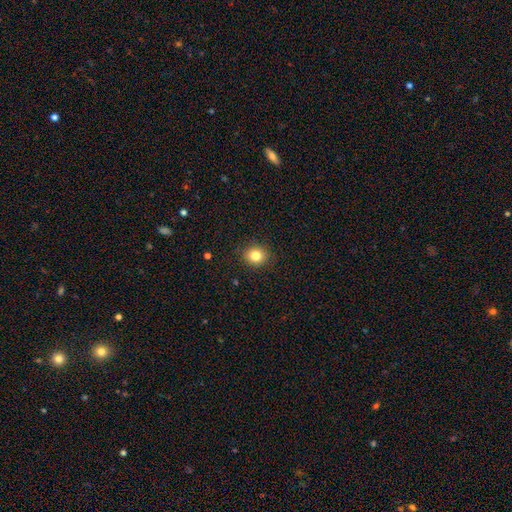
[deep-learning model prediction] Smooth or featured?
  - smooth: 83% *
  - star or artifact: 11%
  - featured or disk: 6%
How rounded?
  - round: 78% *
  - in between: 22%
  - cigar-shaped: 1%
Merging?
  - none: 90% *
  - minor disturbance: 7%
  - major disturbance: 2%
  - merger: 1%